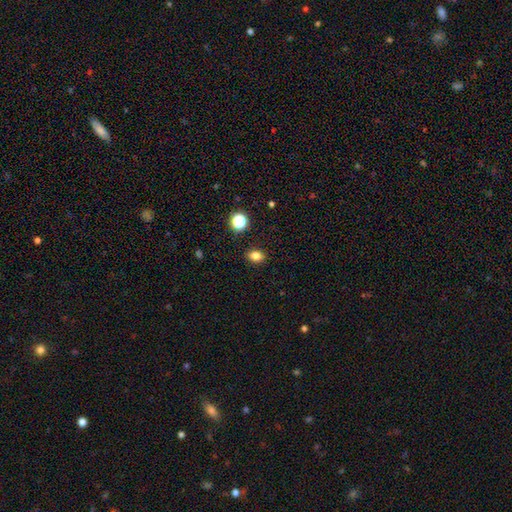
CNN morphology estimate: Q: Smooth or featured?
A: smooth (82%); runner-up: star or artifact (13%)
Q: How rounded?
A: in between (66%); runner-up: round (33%)
Q: Merging?
A: none (89%); runner-up: minor disturbance (8%)